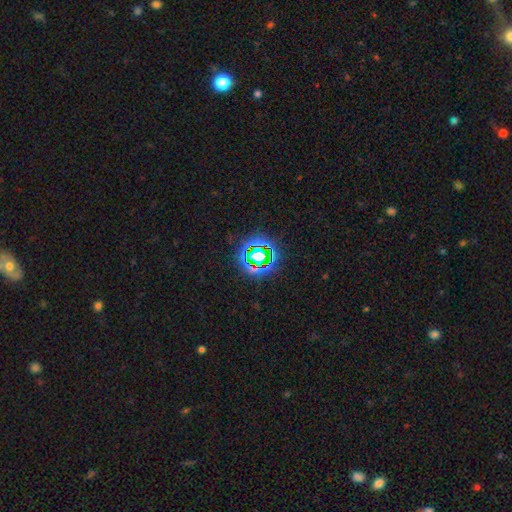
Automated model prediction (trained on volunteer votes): star or artifact 76%, smooth 15%, featured or disk 9%.